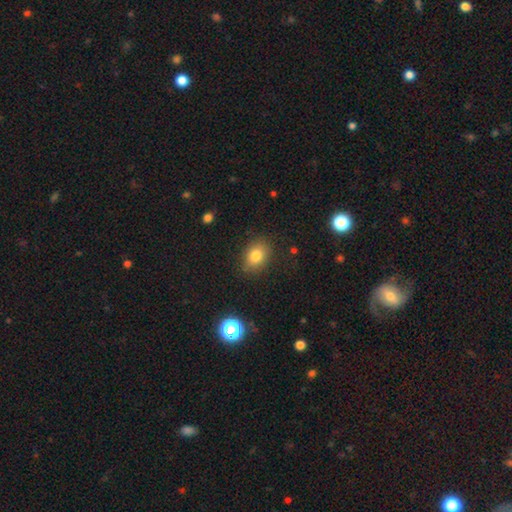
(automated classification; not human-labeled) This is likely a smooth galaxy (80%). How rounded: likely in between (62%). Merging: clearly none (84%).